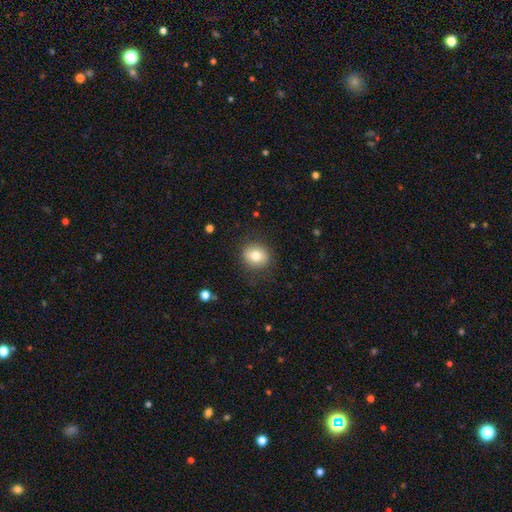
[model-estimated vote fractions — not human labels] Smooth or featured?
  - smooth: 79% *
  - featured or disk: 12%
  - star or artifact: 9%
How rounded?
  - round: 72% *
  - in between: 27%
  - cigar-shaped: 1%
Merging?
  - none: 86% *
  - minor disturbance: 10%
  - major disturbance: 3%
  - merger: 1%